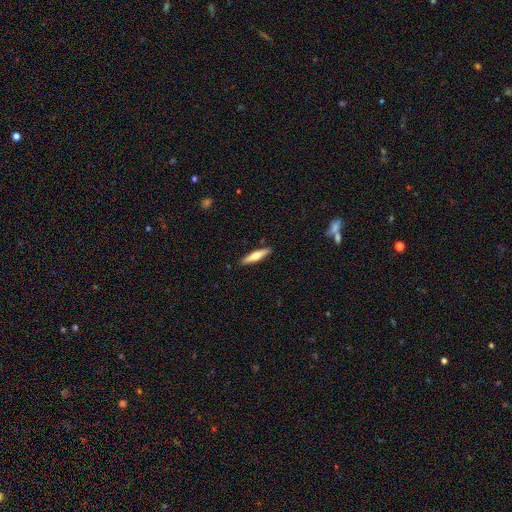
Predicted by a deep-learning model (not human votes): Smooth or featured? smooth (53%)
How rounded? cigar-shaped (83%)
Merging? none (90%)